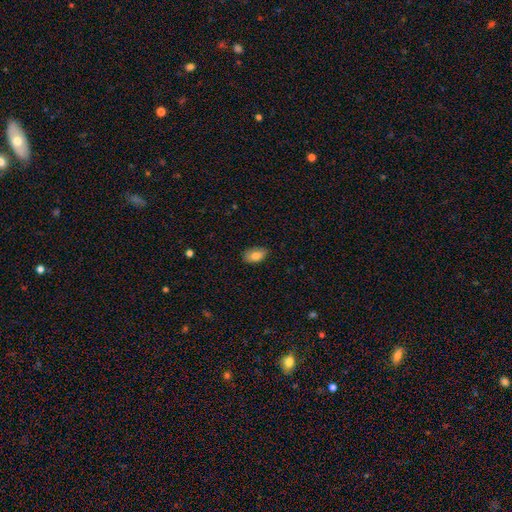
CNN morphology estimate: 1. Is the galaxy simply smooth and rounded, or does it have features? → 82% smooth, 10% featured or disk, 7% star or artifact.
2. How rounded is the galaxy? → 92% in between, 6% round, 3% cigar-shaped.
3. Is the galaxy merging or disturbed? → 79% none, 17% minor disturbance, 3% major disturbance, 1% merger.